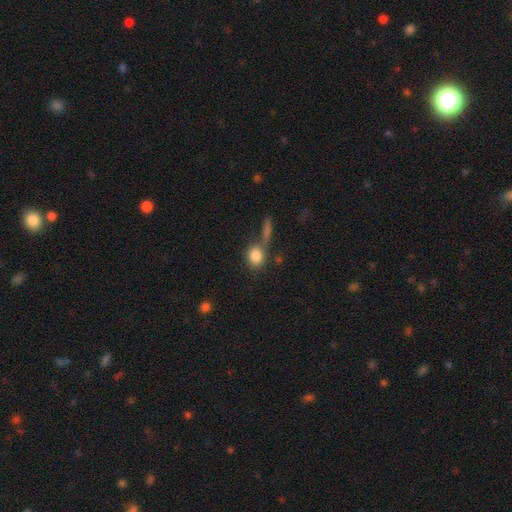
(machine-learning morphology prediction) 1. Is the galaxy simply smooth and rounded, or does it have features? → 83% smooth, 9% star or artifact, 8% featured or disk.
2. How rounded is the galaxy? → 66% round, 31% in between, 3% cigar-shaped.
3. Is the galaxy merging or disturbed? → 55% none, 24% merger, 13% minor disturbance, 8% major disturbance.